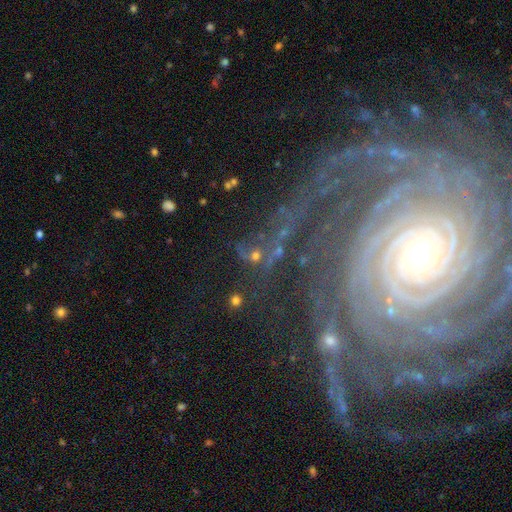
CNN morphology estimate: Smooth or featured? star or artifact (38%)